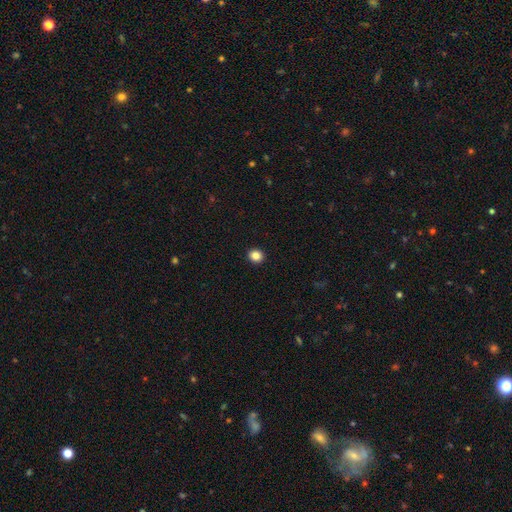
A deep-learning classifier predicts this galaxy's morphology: smooth 85%, star or artifact 11%, featured or disk 4%. Down the decision tree: how rounded — round (79%); merging — none (93%).